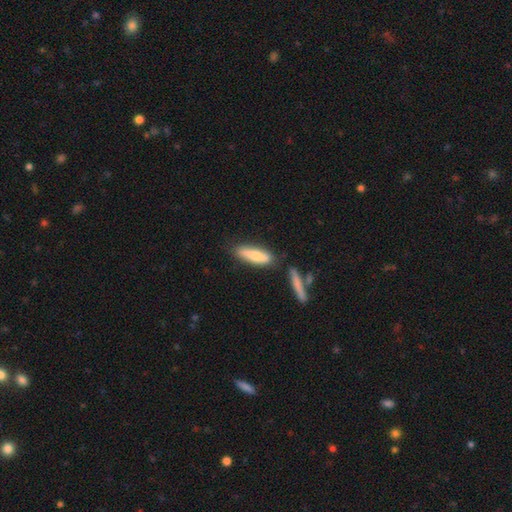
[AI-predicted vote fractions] Smooth or featured? Predicted: smooth (p=0.67). How rounded? Predicted: cigar-shaped (p=0.64). Merging? Predicted: none (p=0.70).